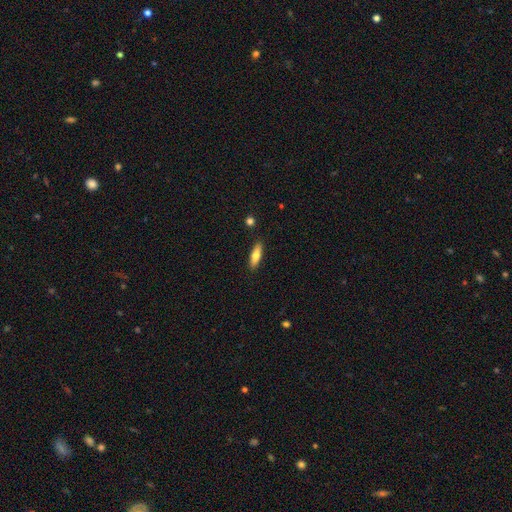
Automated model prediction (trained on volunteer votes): Q: Smooth or featured?
A: smooth (72%); runner-up: featured or disk (21%)
Q: How rounded?
A: cigar-shaped (55%); runner-up: in between (43%)
Q: Merging?
A: none (88%); runner-up: minor disturbance (9%)